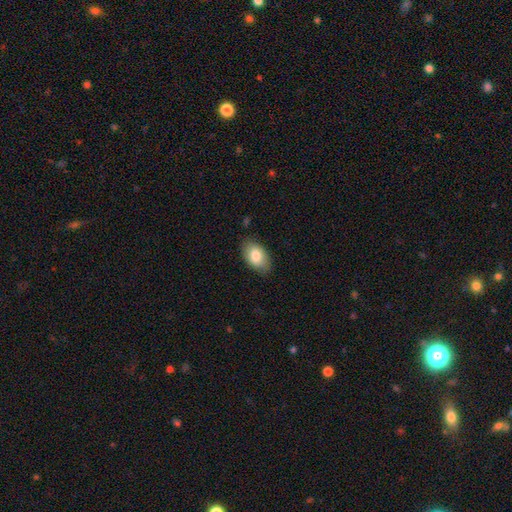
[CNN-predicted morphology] Smooth or featured: smooth — 82% (featured or disk — 11%)
How rounded: in between — 92% (round — 6%)
Merging: none — 82% (minor disturbance — 14%)